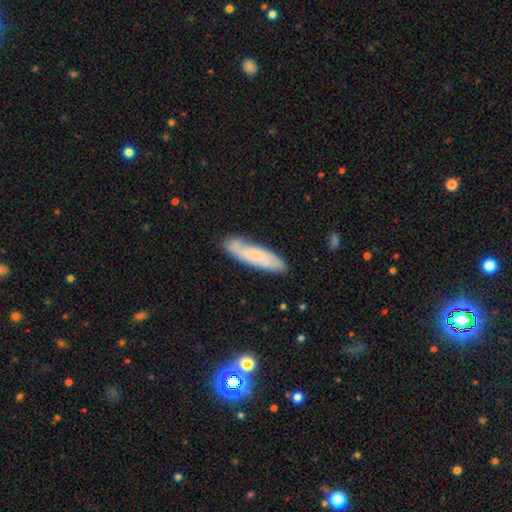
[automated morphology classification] featured or disk 47%, smooth 46%, star or artifact 7%. Down the decision tree: merging — none (79%).